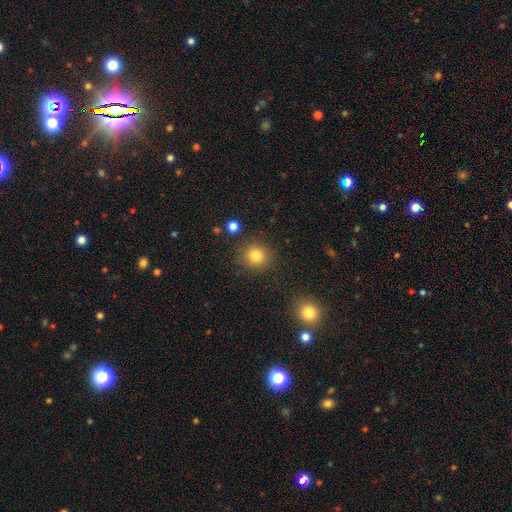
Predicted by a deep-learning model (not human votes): A smooth galaxy with no disk features (83%) that is round (89%).

Vote fractions:
- Smooth or featured? smooth: 83% / star or artifact: 11% / featured or disk: 6%
- How rounded? round: 89% / in between: 10% / cigar-shaped: 1%
- Merging? none: 86% / minor disturbance: 8% / major disturbance: 3% / merger: 3%